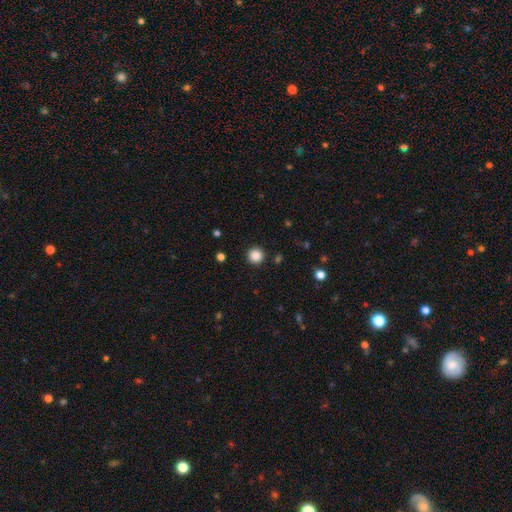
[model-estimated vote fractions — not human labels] Smooth or featured? Predicted: smooth (p=0.87). How rounded? Predicted: round (p=0.96). Merging? Predicted: none (p=0.92).